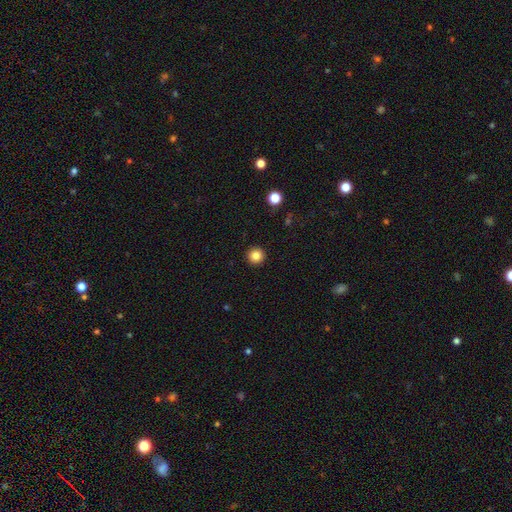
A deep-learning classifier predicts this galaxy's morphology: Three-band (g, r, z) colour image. It shows a smooth galaxy with no disk features (84%) that is round (96%). Merging: none (93%).